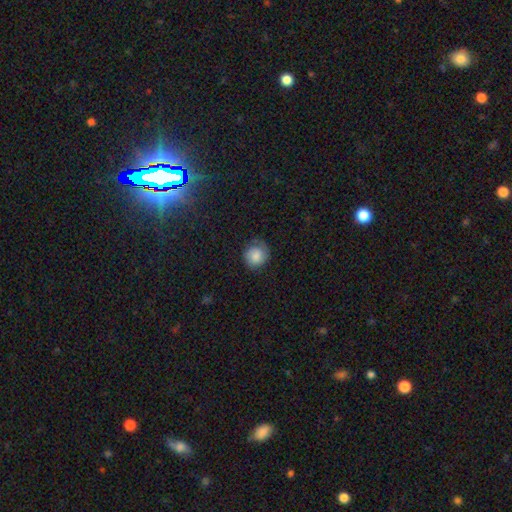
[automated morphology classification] Overall: smooth (68%). How rounded: round (83%). Merging: none (66%).